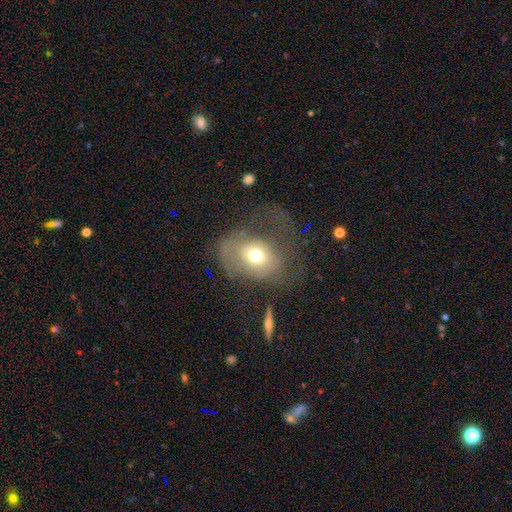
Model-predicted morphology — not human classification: Smooth or featured? Predicted: smooth (p=0.59). How rounded? Predicted: in between (p=0.55). Merging? Predicted: major disturbance (p=0.49).